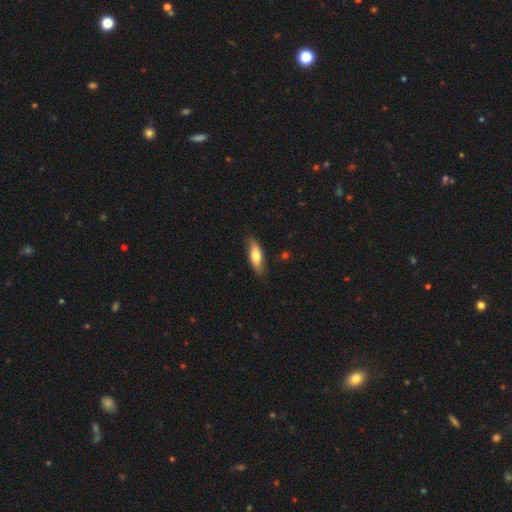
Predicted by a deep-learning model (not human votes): Smooth or featured: smooth — 66% (featured or disk — 28%)
How rounded: in between — 61% (cigar-shaped — 36%)
Merging: none — 80% (minor disturbance — 17%)